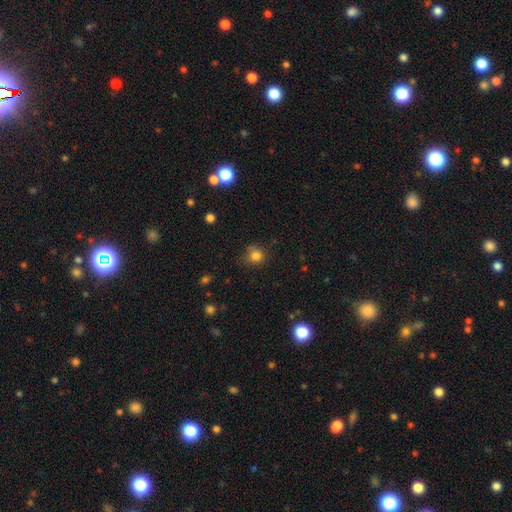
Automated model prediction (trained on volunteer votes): Smooth or featured?
  - smooth: 82% *
  - star or artifact: 13%
  - featured or disk: 6%
How rounded?
  - round: 85% *
  - in between: 14%
  - cigar-shaped: 1%
Merging?
  - none: 68% *
  - minor disturbance: 22%
  - major disturbance: 7%
  - merger: 4%